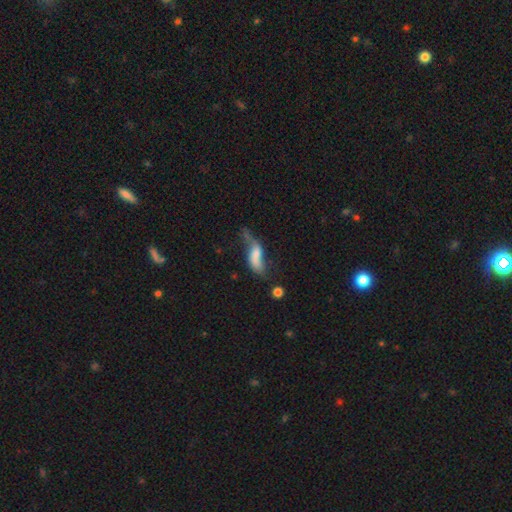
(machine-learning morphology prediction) Q: Smooth or featured?
A: featured or disk (54%); runner-up: smooth (37%)
Q: Edge-on disk?
A: no (80%); runner-up: yes (20%)
Q: Merging?
A: major disturbance (33%); runner-up: none (28%)